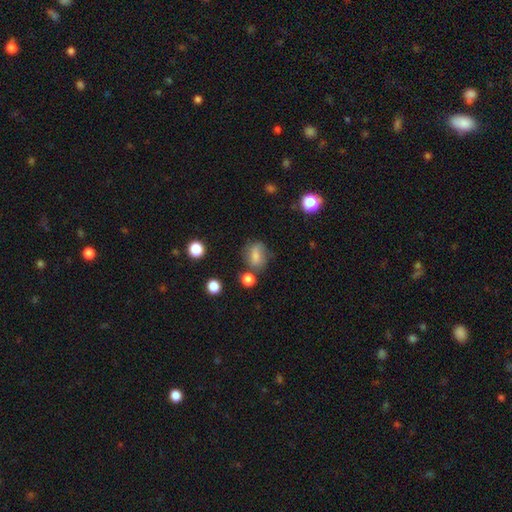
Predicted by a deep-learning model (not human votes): This appears to be a smooth galaxy with no disk features (66%) that is in between round and cigar-shaped (58%). Merging: none (62%).